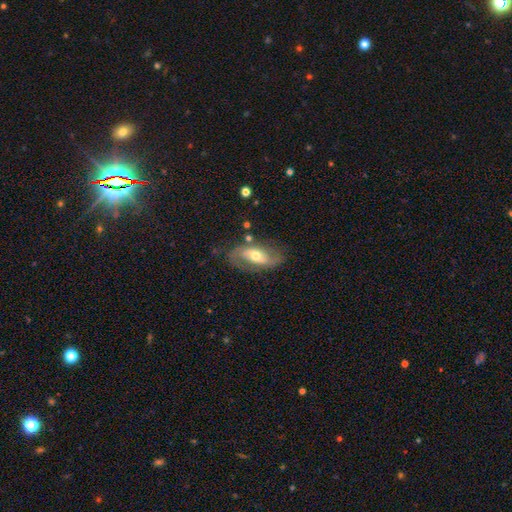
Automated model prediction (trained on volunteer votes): featured or disk 69%, smooth 25%, star or artifact 6%. Down the decision tree: edge-on disk — no (92%); bar — no (50%); spiral arms — yes (82%); spiral arm count — 2 (82%); spiral winding — medium (41%); bulge size — moderate (66%); merging — none (68%).